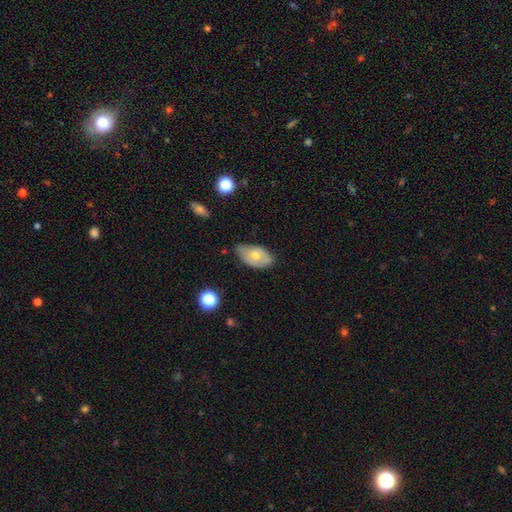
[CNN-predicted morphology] Smooth or featured?
  - smooth: 57% *
  - featured or disk: 36%
  - star or artifact: 7%
How rounded?
  - in between: 91% *
  - round: 7%
  - cigar-shaped: 2%
Merging?
  - none: 51% *
  - minor disturbance: 40%
  - major disturbance: 7%
  - merger: 2%